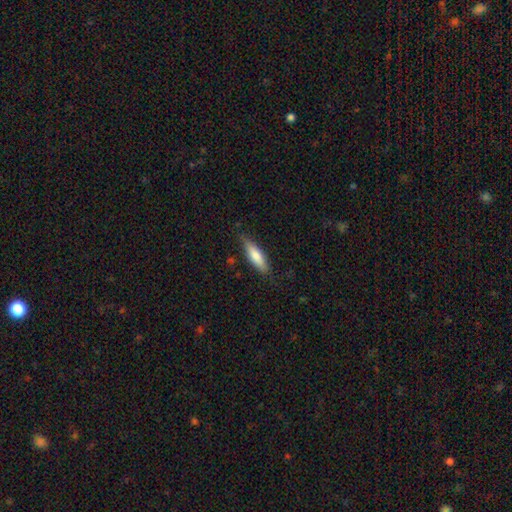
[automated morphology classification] A smooth galaxy with no disk features (74%) that is cigar-shaped (60%).

Vote fractions:
- Smooth or featured? smooth: 74% / featured or disk: 21% / star or artifact: 6%
- How rounded? cigar-shaped: 60% / in between: 38% / round: 2%
- Merging? none: 78% / minor disturbance: 17% / major disturbance: 3% / merger: 1%